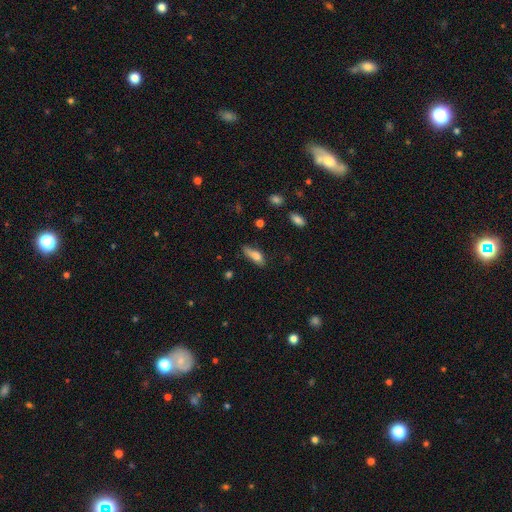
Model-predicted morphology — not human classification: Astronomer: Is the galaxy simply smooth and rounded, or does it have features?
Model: smooth — 78%.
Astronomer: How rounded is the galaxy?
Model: in between — 65%.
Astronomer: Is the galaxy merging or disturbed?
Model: none — 49% (runner-up: minor disturbance, 36%).